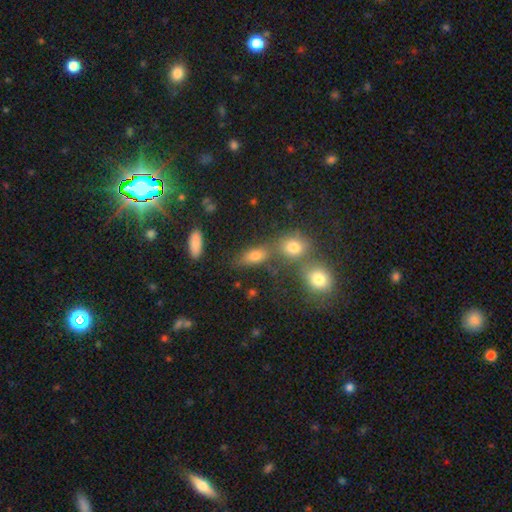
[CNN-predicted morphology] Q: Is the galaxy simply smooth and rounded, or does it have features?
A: smooth — 72%.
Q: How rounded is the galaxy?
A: in between — 67%.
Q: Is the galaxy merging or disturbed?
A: none — 53%.